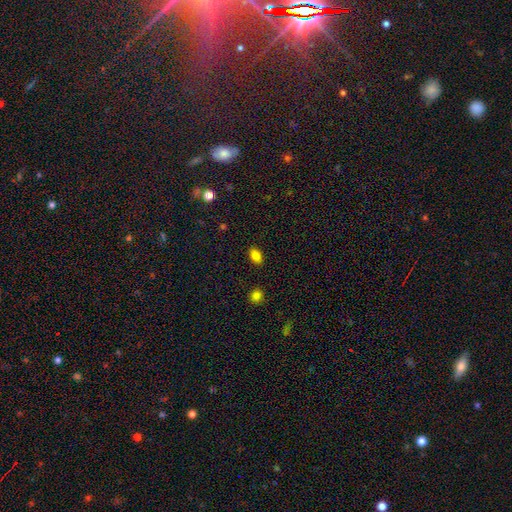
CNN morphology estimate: Smooth or featured? Predicted: smooth (p=0.85). How rounded? Predicted: in between (p=0.89). Merging? Predicted: none (p=0.89).